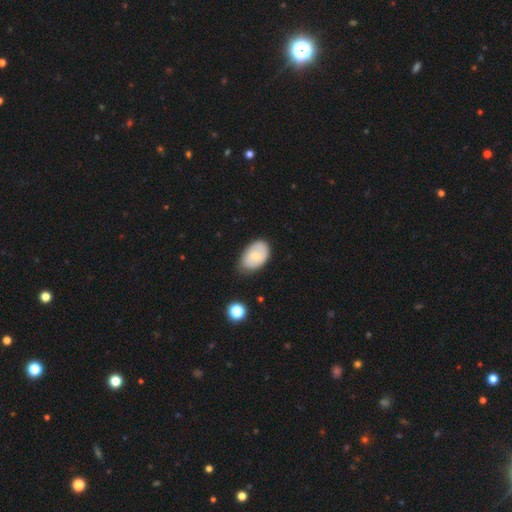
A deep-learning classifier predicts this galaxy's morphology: A smooth galaxy with no disk features (70%) that is in between round and cigar-shaped (88%). Merging: none (58%).